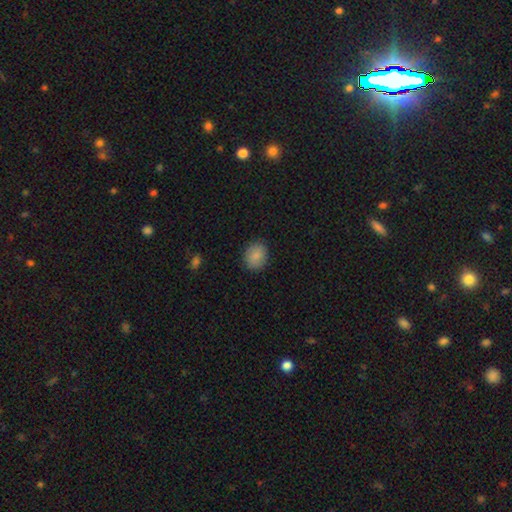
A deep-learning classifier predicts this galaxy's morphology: type=smooth (87%); roundness=round (54%); merging=none (86%).